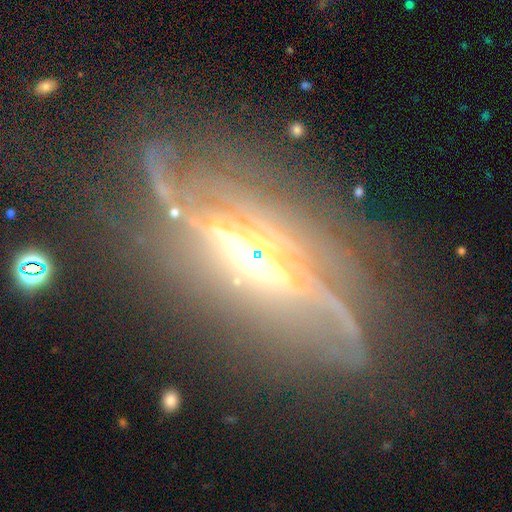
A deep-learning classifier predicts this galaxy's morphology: Smooth or featured? featured or disk (84%)
Edge-on disk? yes (65%)
Edge-on bulge? rounded (78%)
Merging? none (52%)